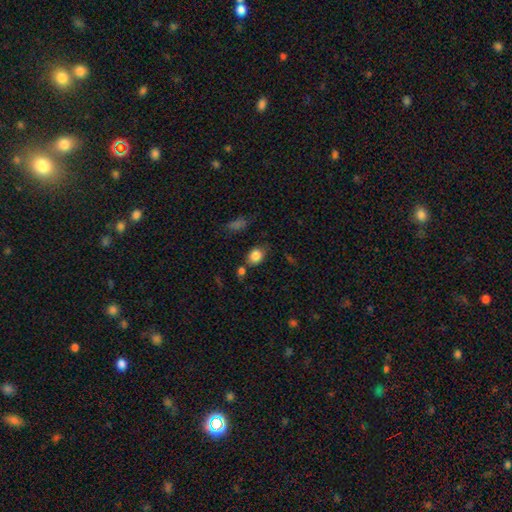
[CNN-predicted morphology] smooth 84%, star or artifact 9%, featured or disk 7%. Down the decision tree: how rounded — in between (60%); merging — none (70%).